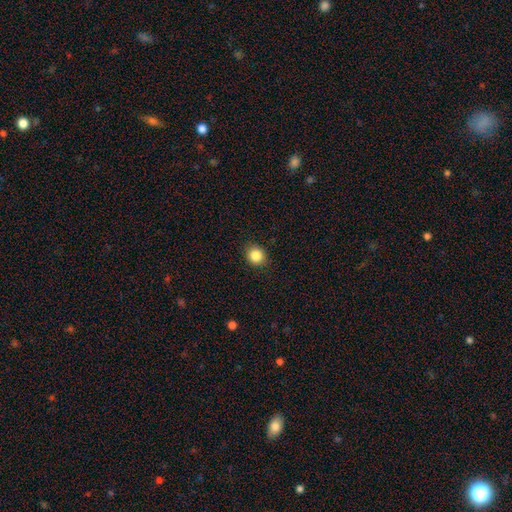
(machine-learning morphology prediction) smooth 85%, star or artifact 10%, featured or disk 5%. Down the decision tree: how rounded — round (78%); merging — none (90%).